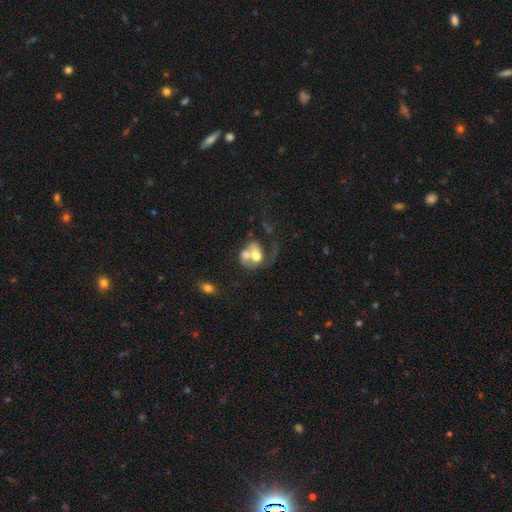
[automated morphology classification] Smooth or featured? Predicted: smooth (p=0.47). Merging? Predicted: merger (p=0.68).